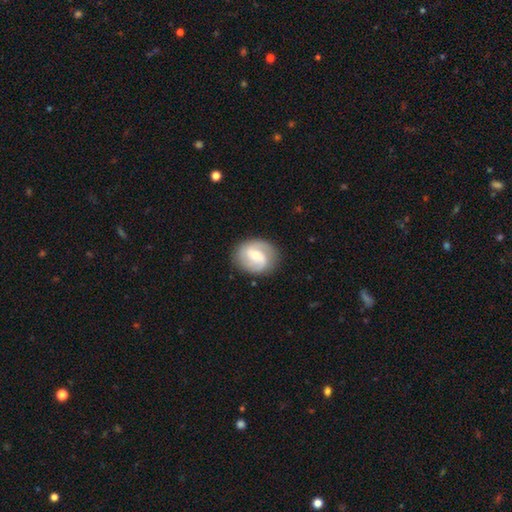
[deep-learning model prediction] Overall: featured or disk (66%; smooth 28%). Edge-on disk: no (97%). Bar: weak (49%; no 33%). Spiral arms: yes (88%). Spiral arm count: 2 (83%). Spiral winding: medium (45%; tight 28%). Bulge size: moderate (50%; small 43%). Merging: none (83%).